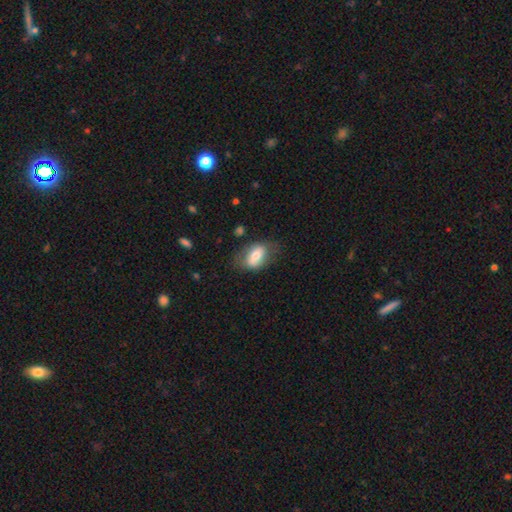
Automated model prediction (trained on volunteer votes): A smooth galaxy with no disk features (66%) that is in between round and cigar-shaped (88%).

Vote fractions:
- Smooth or featured? smooth: 66% / featured or disk: 27% / star or artifact: 7%
- How rounded? in between: 88% / round: 9% / cigar-shaped: 3%
- Merging? none: 63% / minor disturbance: 24% / major disturbance: 10% / merger: 2%